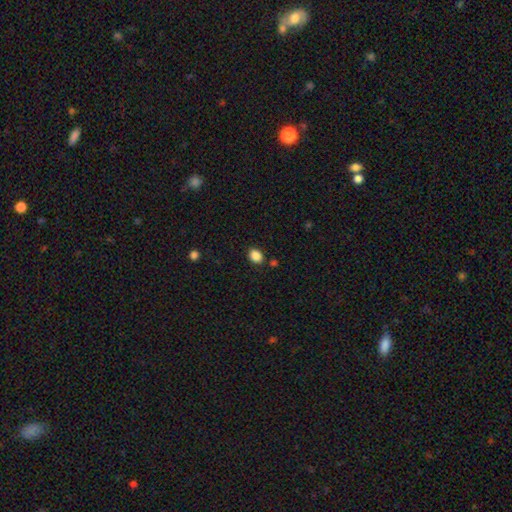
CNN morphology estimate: A smooth galaxy with no disk features (87%) that is in between round and cigar-shaped (59%).

Vote fractions:
- Smooth or featured? smooth: 87% / star or artifact: 10% / featured or disk: 3%
- How rounded? in between: 59% / round: 41% / cigar-shaped: 1%
- Merging? none: 85% / minor disturbance: 9% / merger: 3% / major disturbance: 2%